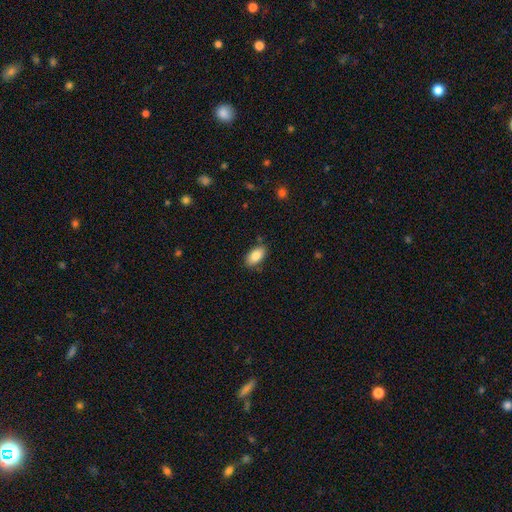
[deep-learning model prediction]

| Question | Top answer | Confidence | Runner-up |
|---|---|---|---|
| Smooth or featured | smooth | 85% | featured or disk (8%) |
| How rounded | in between | 93% | round (4%) |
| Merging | none | 82% | minor disturbance (13%) |